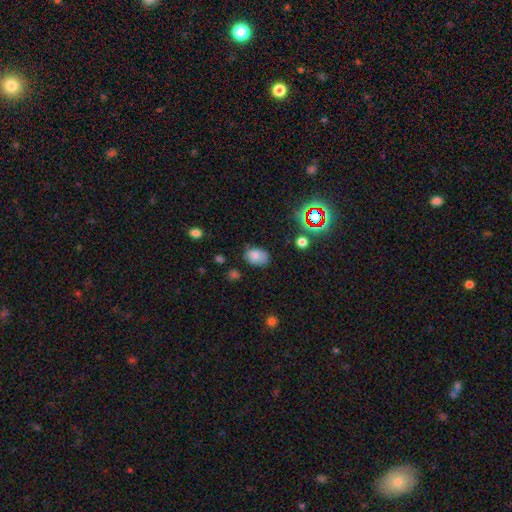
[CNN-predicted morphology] Smooth or featured: smooth — 77% (star or artifact — 14%)
How rounded: in between — 77% (round — 22%)
Merging: none — 69% (minor disturbance — 23%)